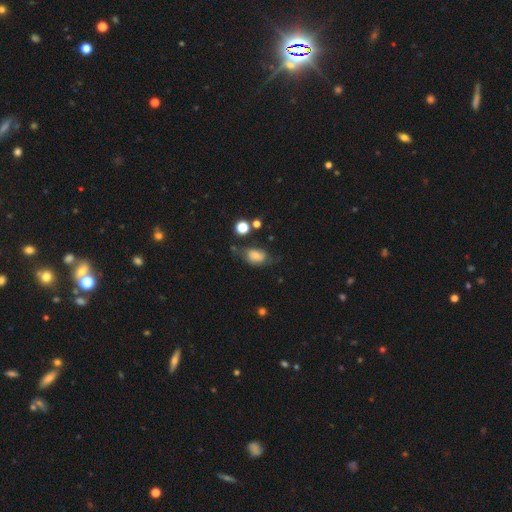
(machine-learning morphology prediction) A smooth galaxy with no disk features (63%) that is in between round and cigar-shaped (77%).

Vote fractions:
- Smooth or featured? smooth: 63% / featured or disk: 25% / star or artifact: 12%
- How rounded? in between: 77% / round: 21% / cigar-shaped: 2%
- Merging? none: 42% / minor disturbance: 31% / major disturbance: 22% / merger: 6%